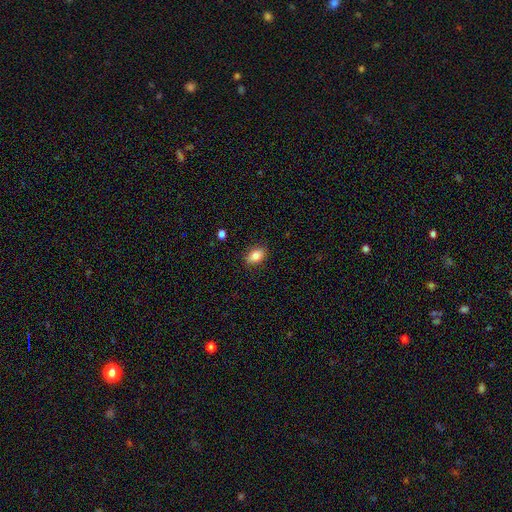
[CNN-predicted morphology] A smooth galaxy with no disk features (82%) that is in between round and cigar-shaped (85%).

Vote fractions:
- Smooth or featured? smooth: 82% / featured or disk: 10% / star or artifact: 8%
- How rounded? in between: 85% / round: 13% / cigar-shaped: 2%
- Merging? none: 87% / minor disturbance: 10% / major disturbance: 2% / merger: 1%